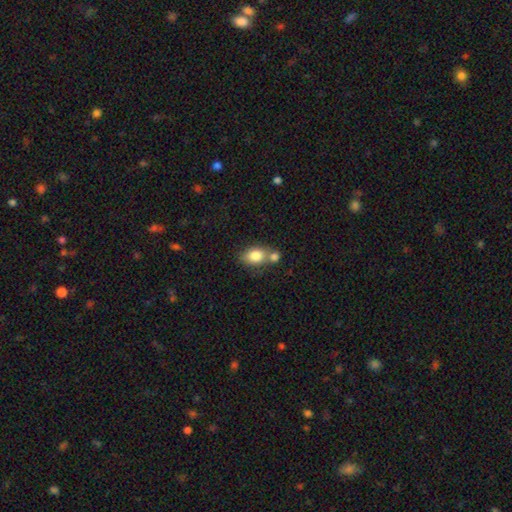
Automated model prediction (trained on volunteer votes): A smooth galaxy with no disk features (81%) that is in between round and cigar-shaped (73%).

Vote fractions:
- Smooth or featured? smooth: 81% / featured or disk: 11% / star or artifact: 8%
- How rounded? in between: 73% / round: 25% / cigar-shaped: 2%
- Merging? none: 43% / merger: 42% / minor disturbance: 12% / major disturbance: 4%